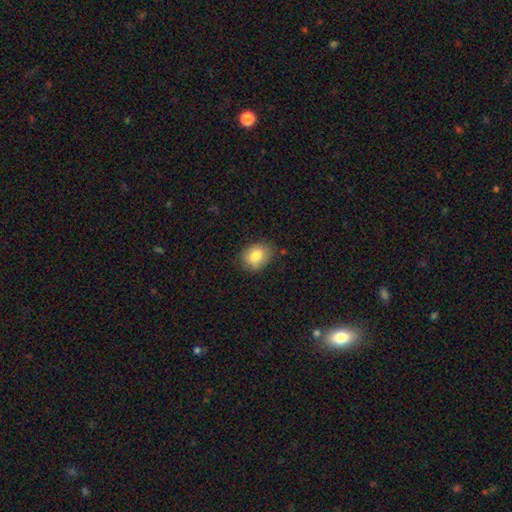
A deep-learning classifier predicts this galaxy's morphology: Q: Smooth or featured?
A: smooth (82%); runner-up: featured or disk (9%)
Q: How rounded?
A: in between (67%); runner-up: round (32%)
Q: Merging?
A: none (79%); runner-up: minor disturbance (17%)